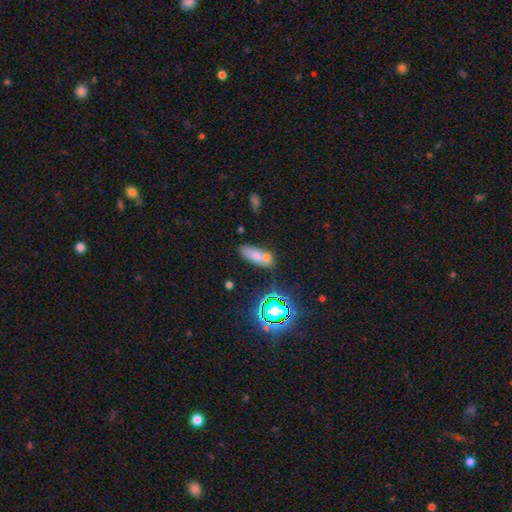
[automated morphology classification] Smooth or featured?
  - smooth: 64% *
  - featured or disk: 19%
  - star or artifact: 17%
How rounded?
  - in between: 69% *
  - cigar-shaped: 26%
  - round: 6%
Merging?
  - none: 47% *
  - merger: 34%
  - minor disturbance: 14%
  - major disturbance: 6%